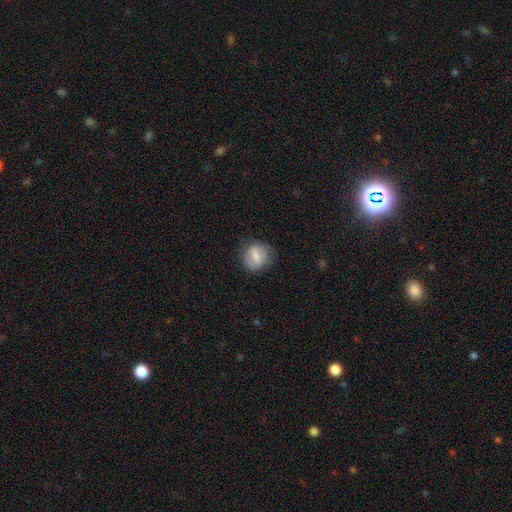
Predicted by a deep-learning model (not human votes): Overall: smooth (65%; featured or disk 27%). How rounded: round (73%). Merging: none (73%).